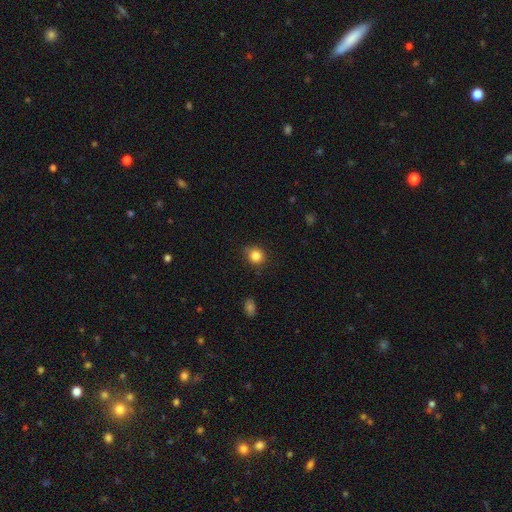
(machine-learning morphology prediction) This is clearly a smooth galaxy (85%). How rounded: likely round (78%). Merging: likely none (80%).